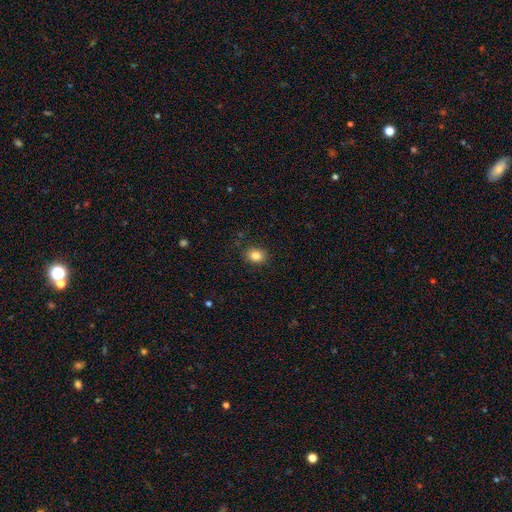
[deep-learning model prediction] This is clearly a smooth galaxy (84%). How rounded: possibly in between (54%). Merging: clearly none (85%).